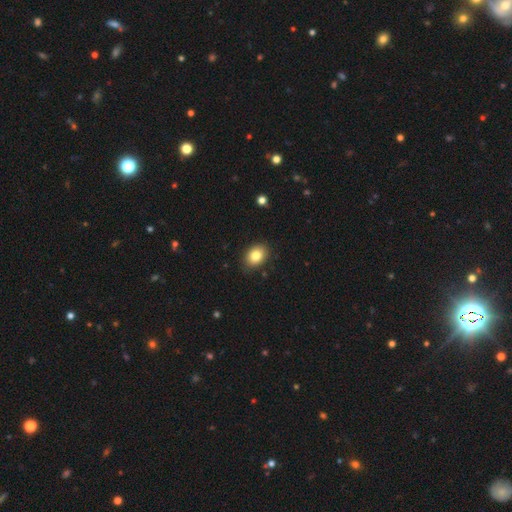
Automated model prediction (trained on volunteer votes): A smooth galaxy with no disk features (83%) that is in between round and cigar-shaped (65%). Merging: none (87%).